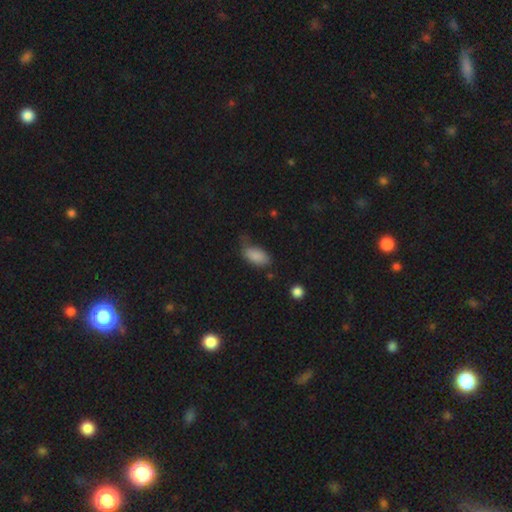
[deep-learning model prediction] A smooth galaxy with no disk features (86%) that is in between round and cigar-shaped (92%).

Vote fractions:
- Smooth or featured? smooth: 86% / star or artifact: 9% / featured or disk: 6%
- How rounded? in between: 92% / cigar-shaped: 4% / round: 3%
- Merging? none: 50% / minor disturbance: 34% / major disturbance: 13% / merger: 4%